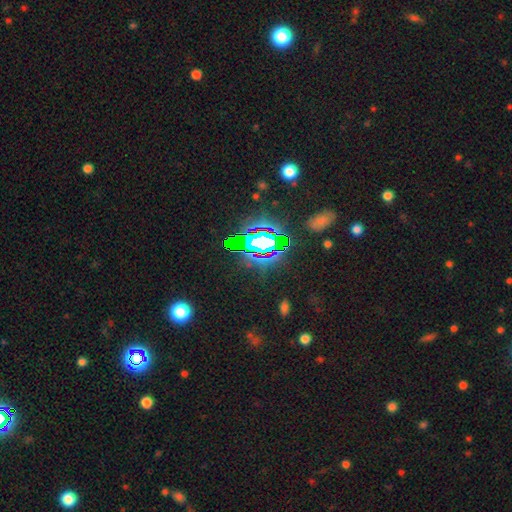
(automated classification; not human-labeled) star or artifact 82%, smooth 10%, featured or disk 8%.